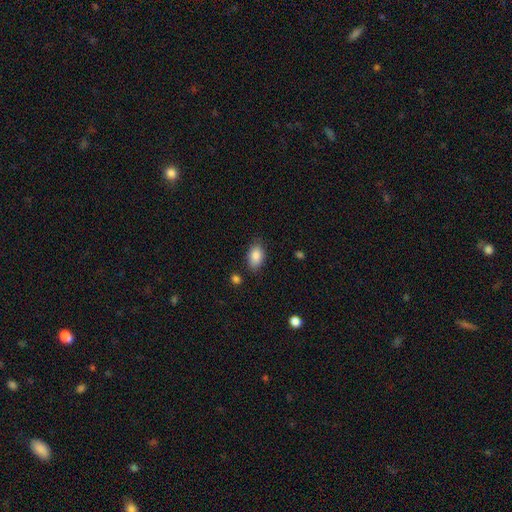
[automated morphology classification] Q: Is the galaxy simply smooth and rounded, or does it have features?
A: smooth — 87%.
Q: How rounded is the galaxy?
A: in between — 89%.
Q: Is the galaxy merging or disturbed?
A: none — 78%.